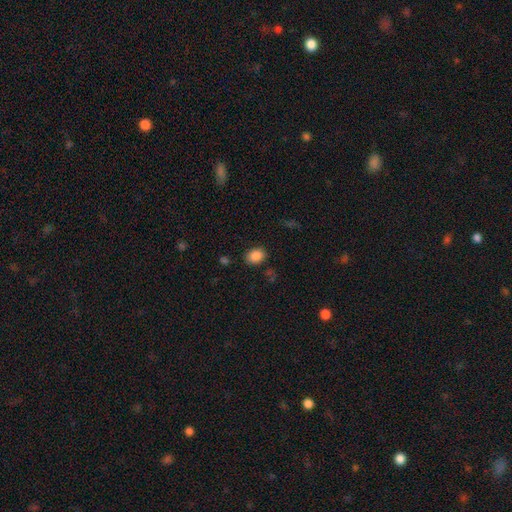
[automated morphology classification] This is clearly a smooth galaxy (87%). How rounded: likely in between (61%). Merging: clearly none (83%).